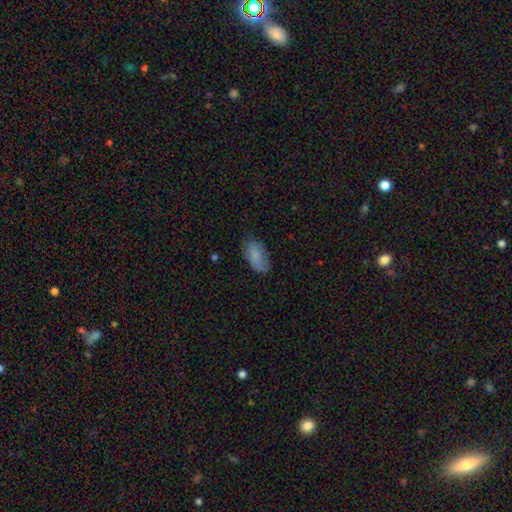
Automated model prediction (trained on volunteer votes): Morphology: type=smooth (81%); roundness=in between (94%); merging=none (73%).